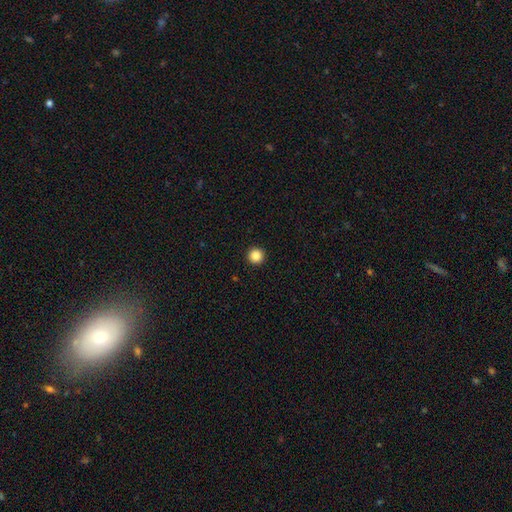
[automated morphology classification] smooth 86%, star or artifact 11%, featured or disk 3%. Down the decision tree: how rounded — round (97%); merging — none (94%).